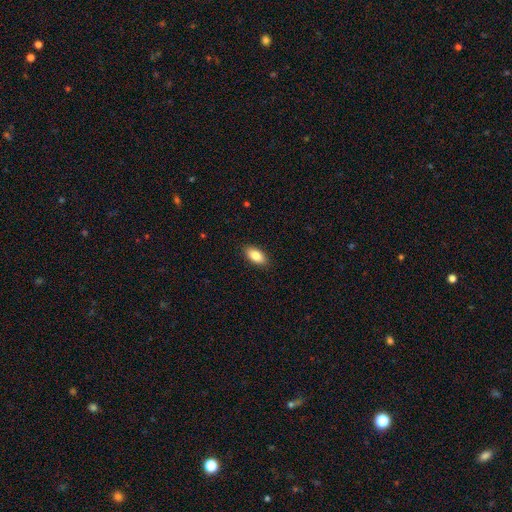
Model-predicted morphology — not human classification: type=smooth (86%); roundness=in between (92%); merging=none (89%).